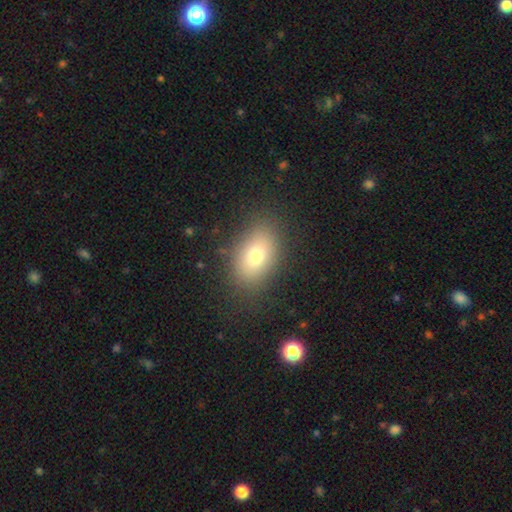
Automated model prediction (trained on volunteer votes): A smooth galaxy with no disk features (73%) that is in between round and cigar-shaped (82%). Merging: none (84%).